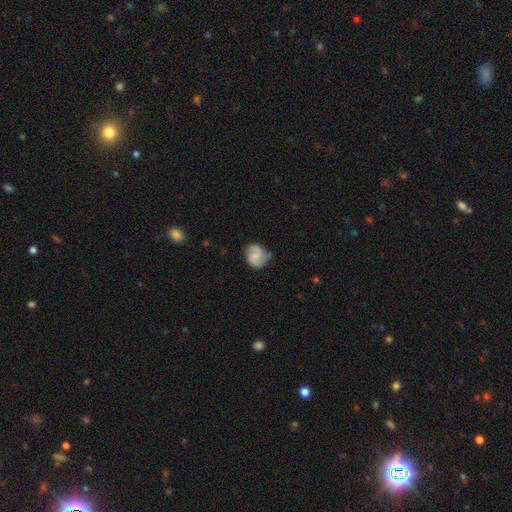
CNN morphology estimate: This appears to be a featured or disk galaxy (54%) with no bar (56%), spiral arms (90%) and a small central bulge (46%). Merging: none (64%).